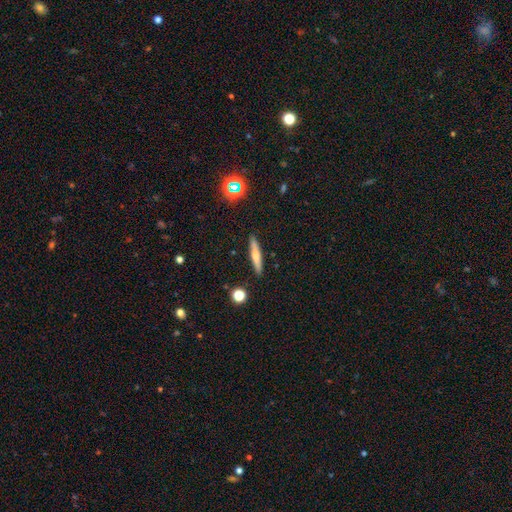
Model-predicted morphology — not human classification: A smooth galaxy with no disk features (53%) that is cigar-shaped (89%).

Vote fractions:
- Smooth or featured? smooth: 53% / featured or disk: 39% / star or artifact: 8%
- How rounded? cigar-shaped: 89% / in between: 8% / round: 2%
- Merging? none: 89% / minor disturbance: 8% / major disturbance: 2% / merger: 2%